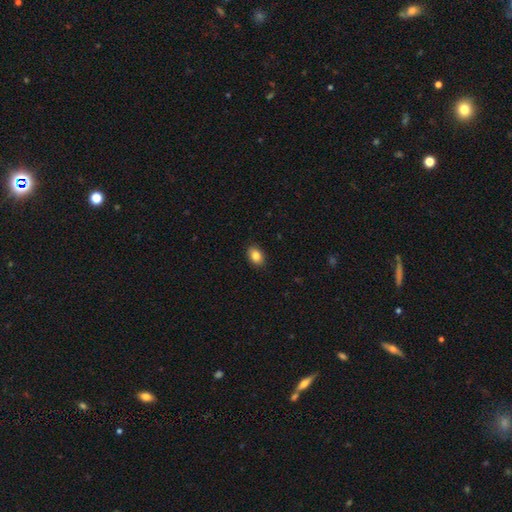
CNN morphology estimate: Smooth or featured? smooth (85%)
How rounded? in between (75%)
Merging? none (89%)